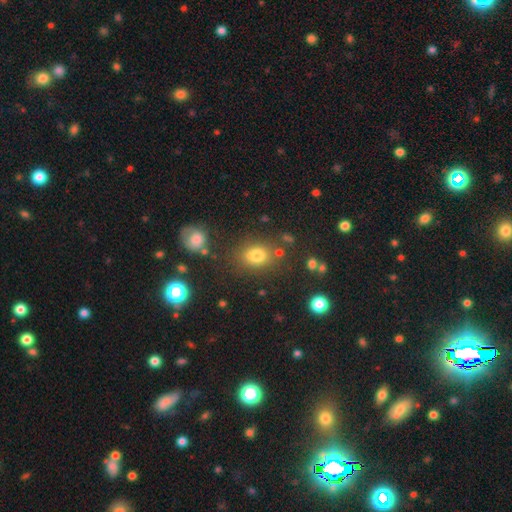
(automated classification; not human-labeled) Smooth or featured? Predicted: smooth (p=0.76). How rounded? Predicted: in between (p=0.51). Merging? Predicted: none (p=0.72).